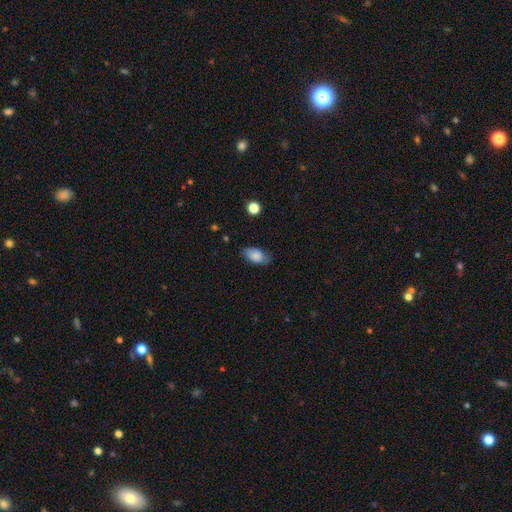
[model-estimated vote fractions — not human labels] A smooth galaxy with no disk features (82%) that is in between round and cigar-shaped (91%).

Vote fractions:
- Smooth or featured? smooth: 82% / featured or disk: 10% / star or artifact: 8%
- How rounded? in between: 91% / round: 6% / cigar-shaped: 3%
- Merging? none: 69% / minor disturbance: 24% / major disturbance: 5% / merger: 1%